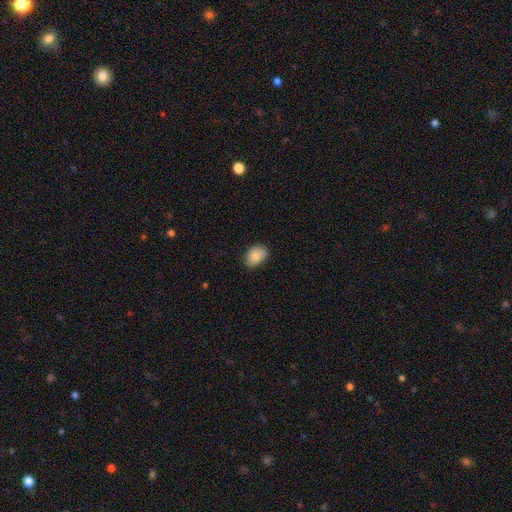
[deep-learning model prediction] Morphology: type=smooth (84%); roundness=in between (79%); merging=none (77%).